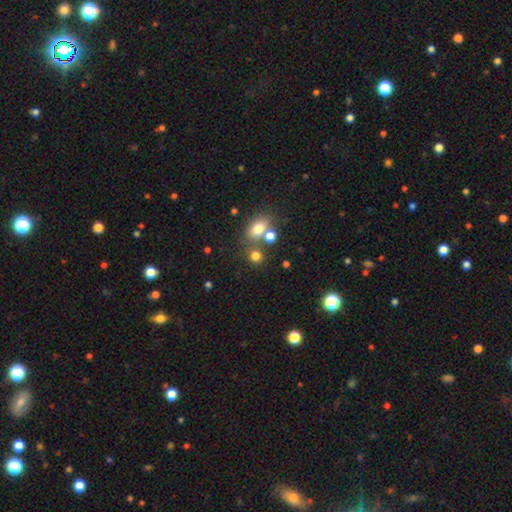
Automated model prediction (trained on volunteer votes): Overall: smooth (75%). How rounded: round (70%). Merging: none (61%; merger 24%).